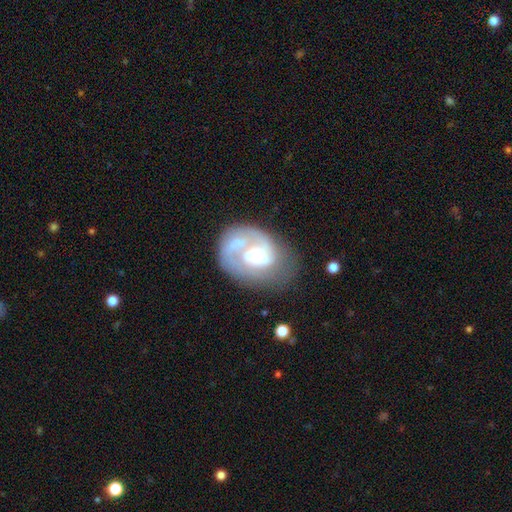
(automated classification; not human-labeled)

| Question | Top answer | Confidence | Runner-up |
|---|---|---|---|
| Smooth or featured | featured or disk | 67% | smooth (26%) |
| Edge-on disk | no | 97% | yes (3%) |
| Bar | no | 44% | weak (40%) |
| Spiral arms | yes | 74% | no (26%) |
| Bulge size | moderate | 48% | large (24%) |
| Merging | none | 43% | major disturbance (26%) |